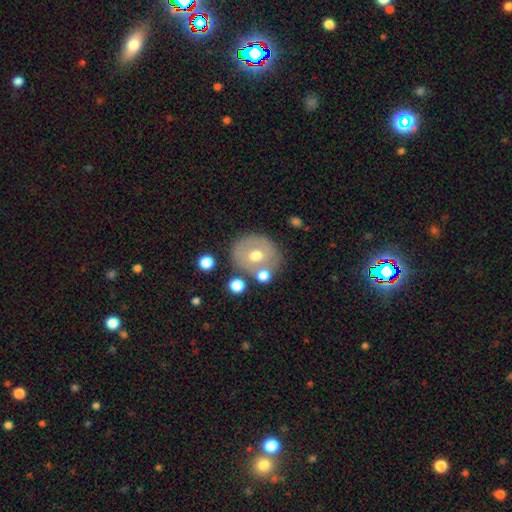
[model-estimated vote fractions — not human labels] Smooth or featured? Predicted: smooth (p=0.54). How rounded? Predicted: round (p=0.76). Merging? Predicted: none (p=0.67).